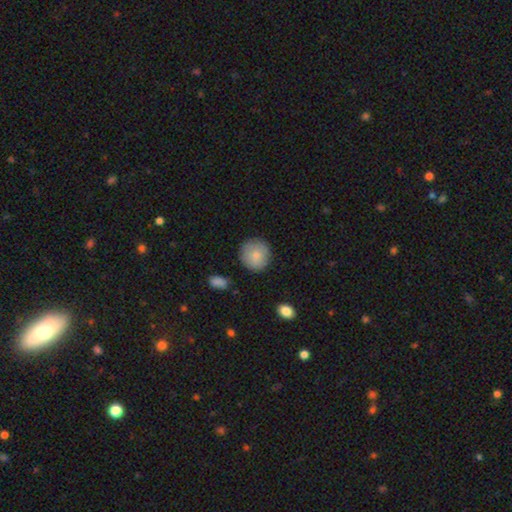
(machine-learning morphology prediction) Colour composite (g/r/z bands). It shows a smooth galaxy with no disk features (84%) that is round (92%). Merging: none (84%).